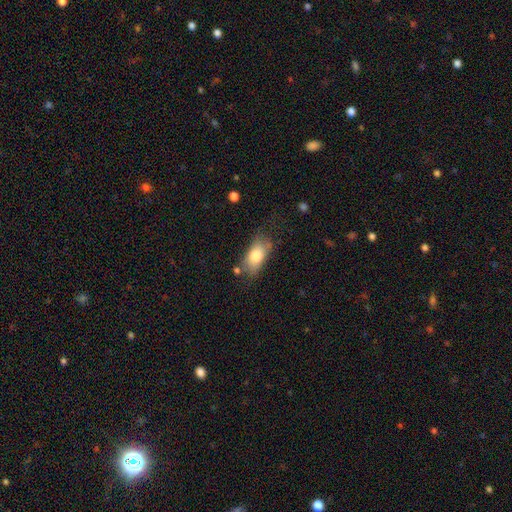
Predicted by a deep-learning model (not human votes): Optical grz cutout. It shows a smooth galaxy with no disk features (77%) that is in between round and cigar-shaped (88%). Merging: none (59%).